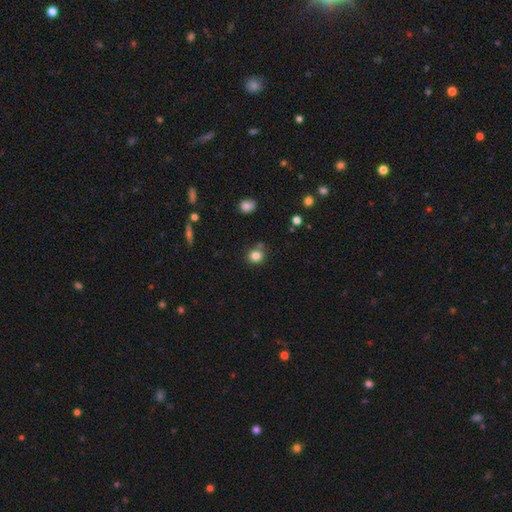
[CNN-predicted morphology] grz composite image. It shows a smooth galaxy with no disk features (82%) that is round (87%). Merging: none (77%).